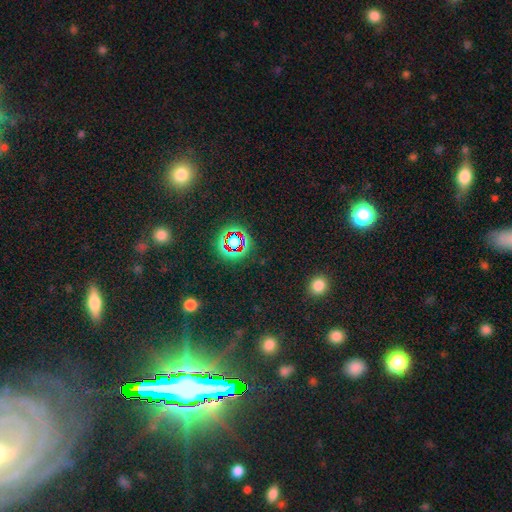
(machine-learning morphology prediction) star or artifact 72%, smooth 16%, featured or disk 12%.